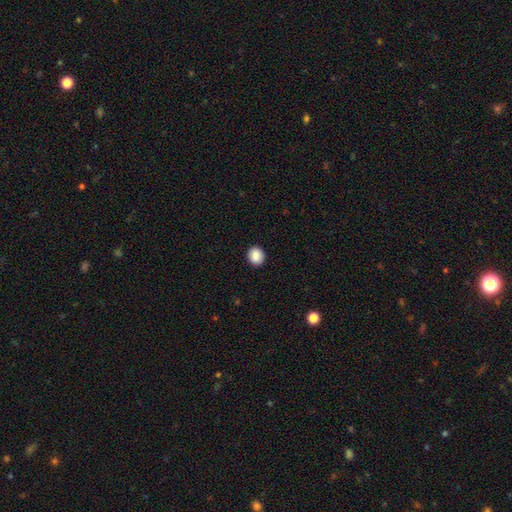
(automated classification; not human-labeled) A smooth galaxy with no disk features (87%) that is round (76%).

Vote fractions:
- Smooth or featured? smooth: 87% / star or artifact: 8% / featured or disk: 4%
- How rounded? round: 76% / in between: 23% / cigar-shaped: 1%
- Merging? none: 92% / minor disturbance: 6% / major disturbance: 2% / merger: 1%